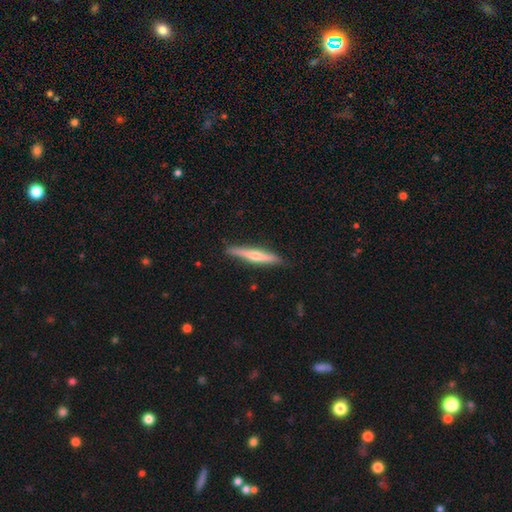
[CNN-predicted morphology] A featured or disk galaxy (55%) viewed edge-on (96%) with a rounded central bulge (76%).

Vote fractions:
- Smooth or featured? featured or disk: 55% / smooth: 39% / star or artifact: 6%
- Edge-on disk? yes: 96% / no: 4%
- Edge-on bulge? rounded: 76% / none: 18% / boxy: 5%
- Merging? none: 87% / minor disturbance: 10% / major disturbance: 2% / merger: 1%